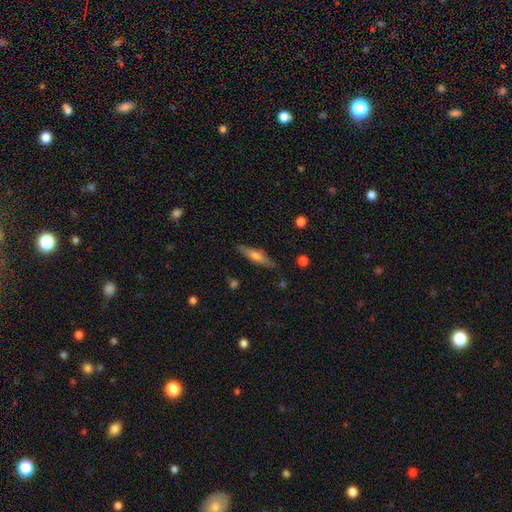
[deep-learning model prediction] A smooth galaxy with no disk features (49%).

Vote fractions:
- Smooth or featured? smooth: 49% / featured or disk: 44% / star or artifact: 7%
- Merging? none: 85% / minor disturbance: 11% / major disturbance: 2% / merger: 2%